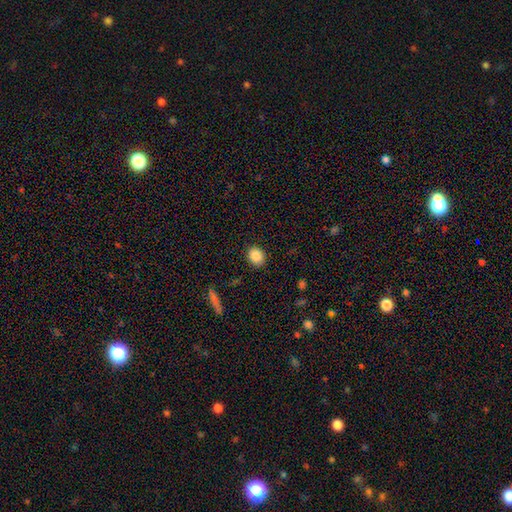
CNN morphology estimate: Q: Smooth or featured?
A: smooth (87%); runner-up: star or artifact (9%)
Q: How rounded?
A: round (60%); runner-up: in between (39%)
Q: Merging?
A: none (89%); runner-up: minor disturbance (7%)